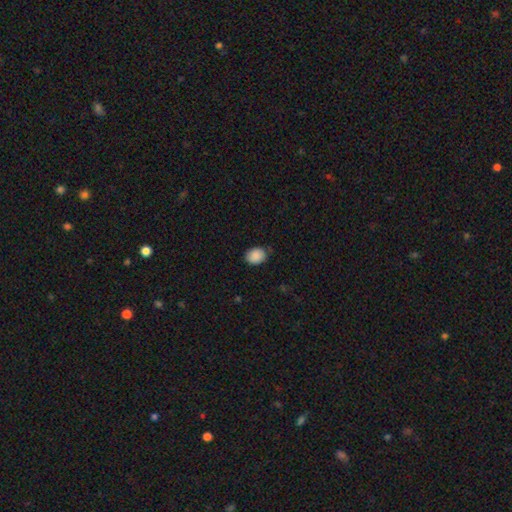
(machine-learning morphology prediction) Smooth or featured? smooth (89%)
How rounded? in between (57%)
Merging? none (81%)